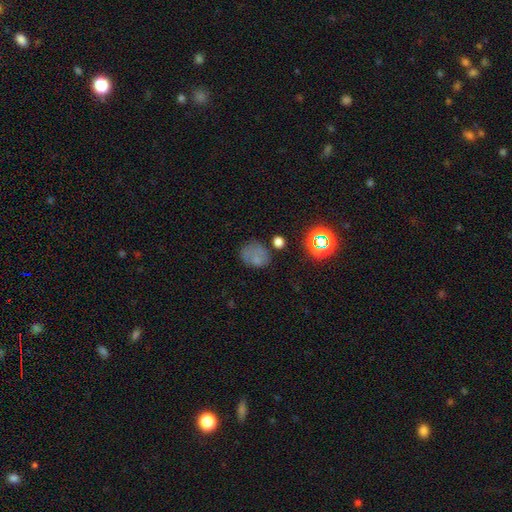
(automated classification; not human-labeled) A smooth galaxy with no disk features (64%) that is round (55%). Merging: none (52%).